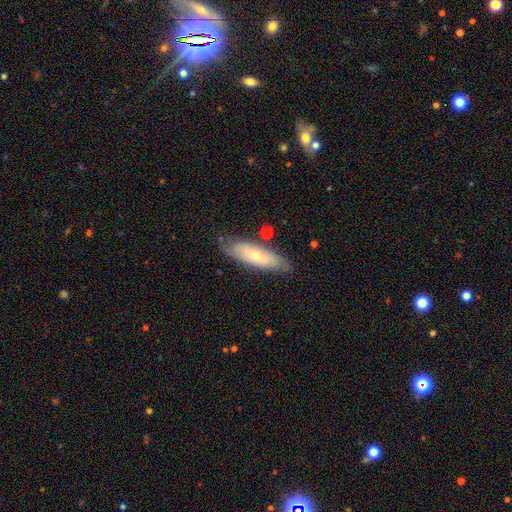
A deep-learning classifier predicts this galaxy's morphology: type=smooth (52%); roundness=in between (52%); merging=none (77%).